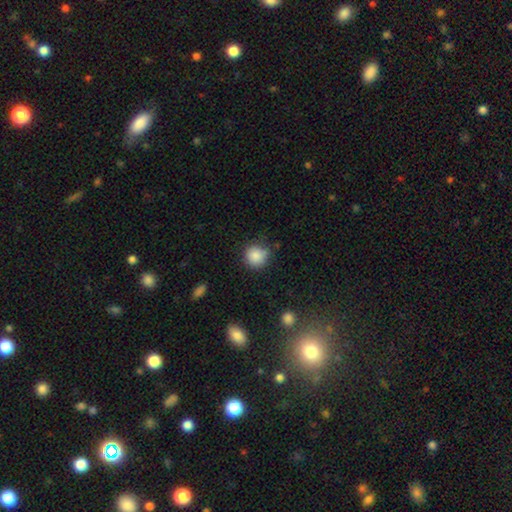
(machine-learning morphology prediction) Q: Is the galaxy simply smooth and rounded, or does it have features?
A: smooth — 86%.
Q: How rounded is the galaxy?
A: round — 91%.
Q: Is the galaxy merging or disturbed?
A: none — 80%.